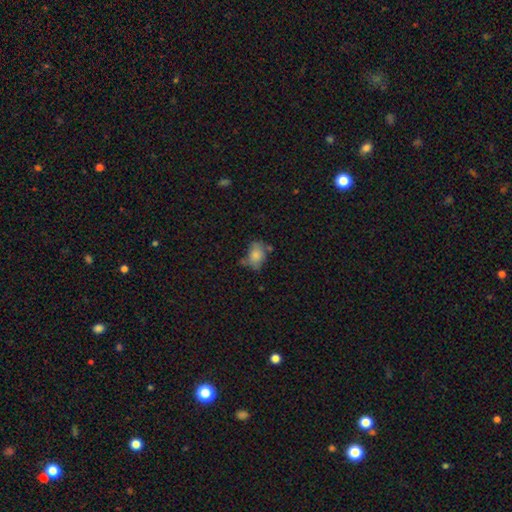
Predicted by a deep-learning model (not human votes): Smooth or featured? Predicted: smooth (p=0.74). How rounded? Predicted: in between (p=0.73). Merging? Predicted: none (p=0.43).